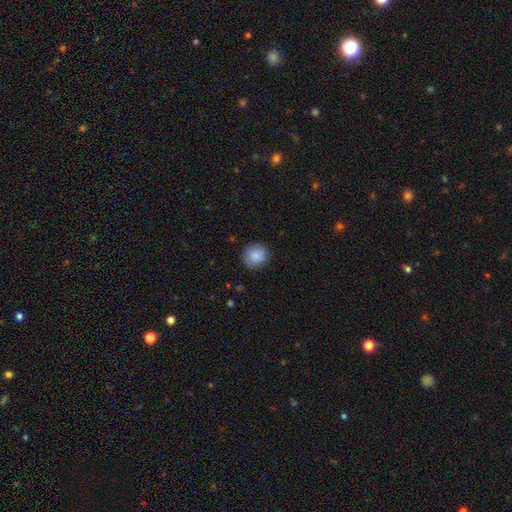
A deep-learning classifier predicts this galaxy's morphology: Overall: smooth (86%). How rounded: round (86%). Merging: none (88%).